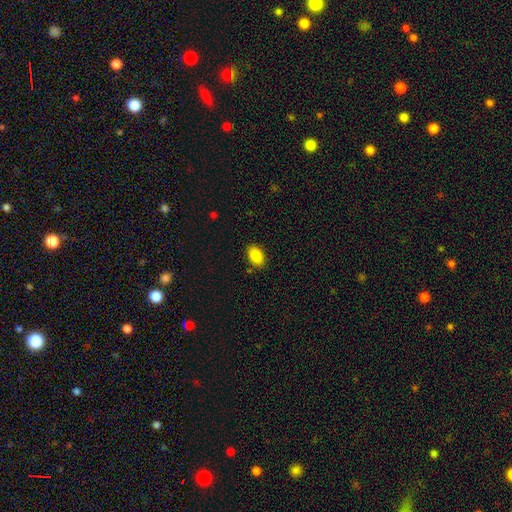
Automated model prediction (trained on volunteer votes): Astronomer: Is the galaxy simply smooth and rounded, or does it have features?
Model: smooth — 87%.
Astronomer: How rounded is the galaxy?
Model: in between — 90%.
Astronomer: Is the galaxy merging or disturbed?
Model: none — 86%.